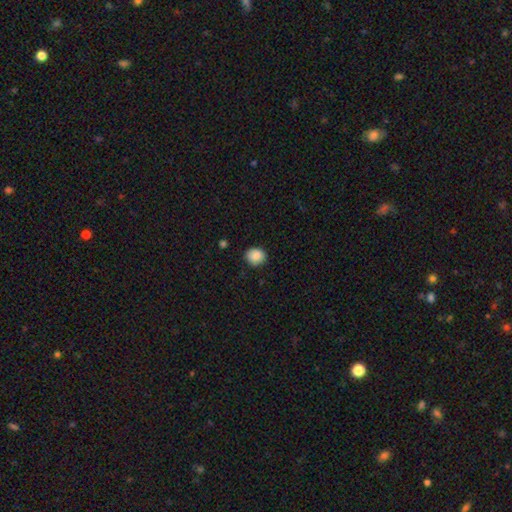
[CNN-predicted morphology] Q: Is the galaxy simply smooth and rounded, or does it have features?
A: smooth — 87%.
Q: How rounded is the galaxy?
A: round — 74%.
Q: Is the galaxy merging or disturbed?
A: none — 85%.